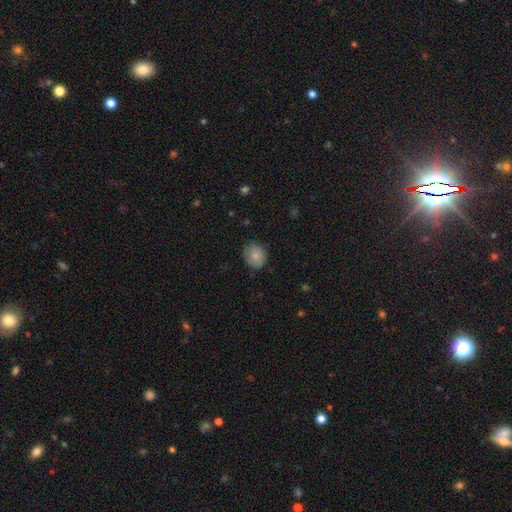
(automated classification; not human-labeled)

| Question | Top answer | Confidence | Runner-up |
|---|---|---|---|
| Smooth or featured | smooth | 78% | featured or disk (14%) |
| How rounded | round | 68% | in between (31%) |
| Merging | none | 77% | minor disturbance (18%) |